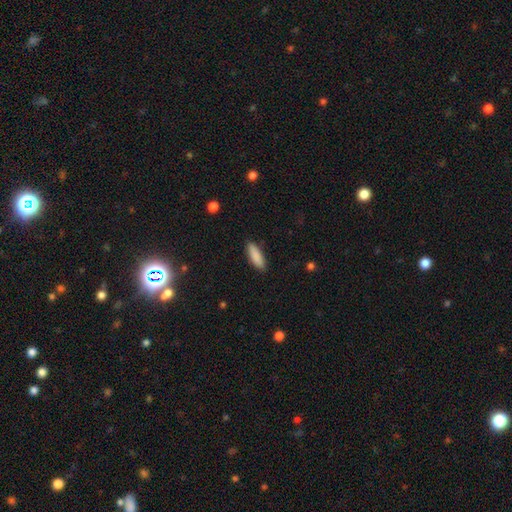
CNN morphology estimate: Smooth or featured? Predicted: smooth (p=0.89). How rounded? Predicted: in between (p=0.54). Merging? Predicted: none (p=0.88).